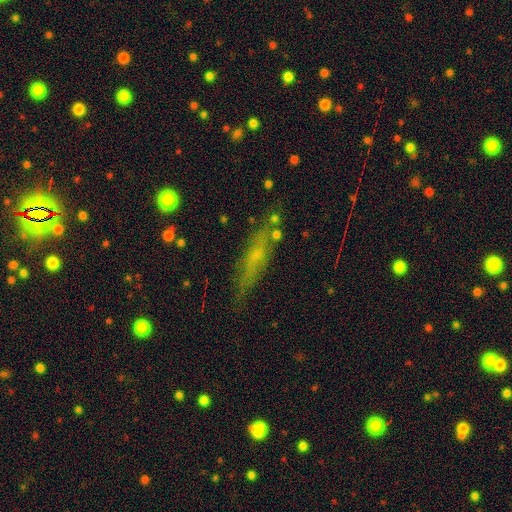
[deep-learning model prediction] Smooth or featured?
  - smooth: 48% *
  - featured or disk: 39%
  - star or artifact: 14%
Merging?
  - none: 72% *
  - minor disturbance: 18%
  - major disturbance: 6%
  - merger: 4%